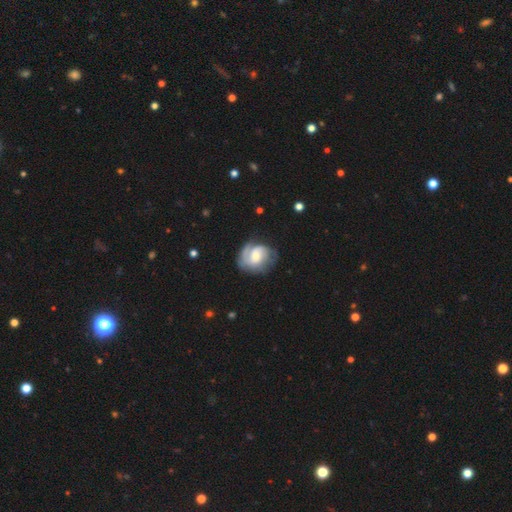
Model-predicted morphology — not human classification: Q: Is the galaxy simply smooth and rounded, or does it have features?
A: featured or disk — 74%.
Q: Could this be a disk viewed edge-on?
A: no — 98%.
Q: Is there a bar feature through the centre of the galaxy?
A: no — 53%.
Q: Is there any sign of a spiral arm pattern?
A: yes — 92%.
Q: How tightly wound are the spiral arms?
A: tight — 43%.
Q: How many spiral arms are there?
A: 2 — 47%.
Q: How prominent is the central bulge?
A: moderate — 53%.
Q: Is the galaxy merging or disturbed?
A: none — 61%.